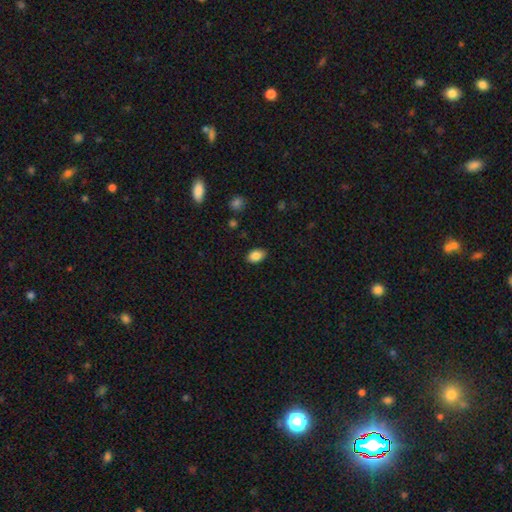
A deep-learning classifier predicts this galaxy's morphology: Smooth or featured? Predicted: smooth (p=0.86). How rounded? Predicted: in between (p=0.87). Merging? Predicted: none (p=0.87).